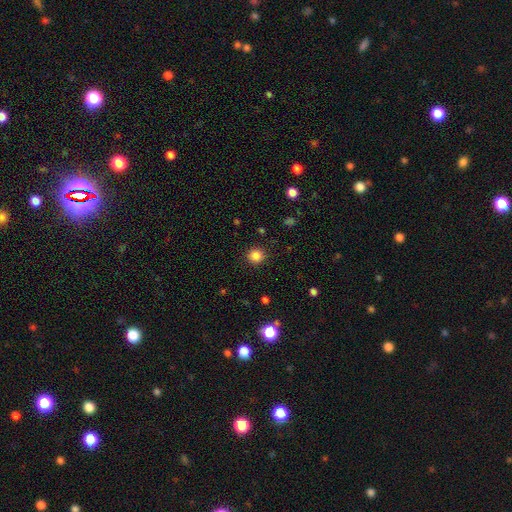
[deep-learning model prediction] Overall: smooth (84%). How rounded: round (93%). Merging: none (90%).